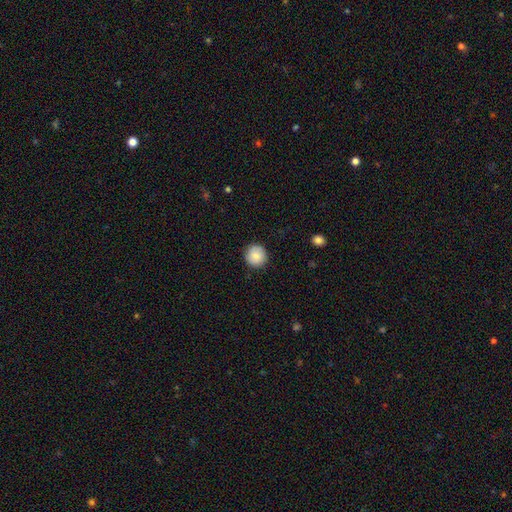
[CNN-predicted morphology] A smooth galaxy with no disk features (84%) that is round (94%).

Vote fractions:
- Smooth or featured? smooth: 84% / featured or disk: 8% / star or artifact: 7%
- How rounded? round: 94% / in between: 5% / cigar-shaped: 1%
- Merging? none: 90% / minor disturbance: 7% / major disturbance: 2% / merger: 1%